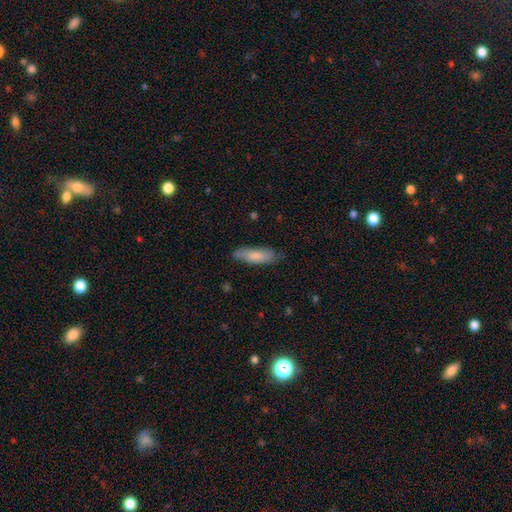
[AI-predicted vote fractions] smooth_or_featured: smooth (p=0.77) [alt: featured or disk p=0.17]
how_rounded: in between (p=0.52) [alt: cigar-shaped p=0.46]
merging: none (p=0.76) [alt: minor disturbance p=0.20]